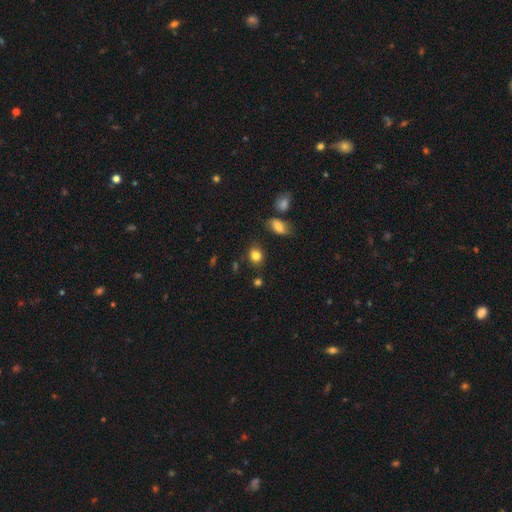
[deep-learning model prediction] smooth-or-featured: smooth: 83% | star or artifact: 11% | featured or disk: 7%
  how-rounded: round: 55% | in between: 44% | cigar-shaped: 1%
  merging: none: 78% | minor disturbance: 14% | merger: 4% | major disturbance: 4%